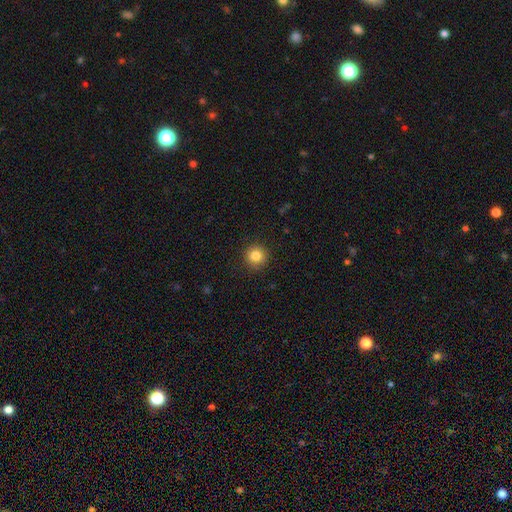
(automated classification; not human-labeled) smooth_or_featured: smooth (p=0.83) [alt: star or artifact p=0.11]
how_rounded: round (p=0.95) [alt: in between p=0.04]
merging: none (p=0.92) [alt: minor disturbance p=0.05]